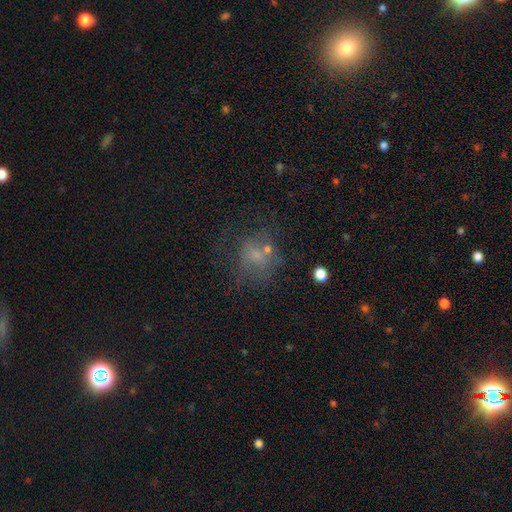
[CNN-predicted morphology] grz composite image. It shows a smooth galaxy with no disk features (46%). Merging: none (48%).